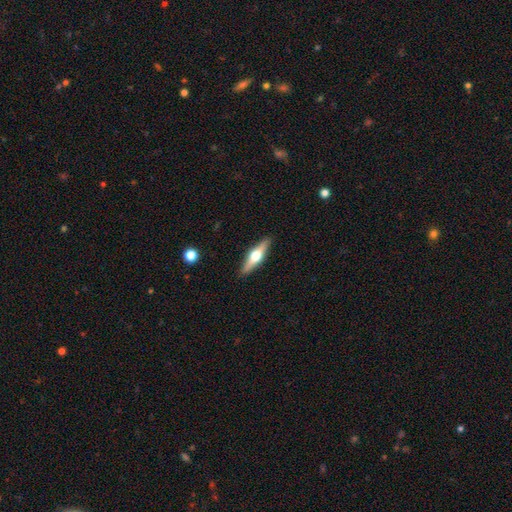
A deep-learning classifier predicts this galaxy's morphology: A featured or disk galaxy (63%) viewed edge-on (95%) with a rounded central bulge (96%). Merging: none (90%).